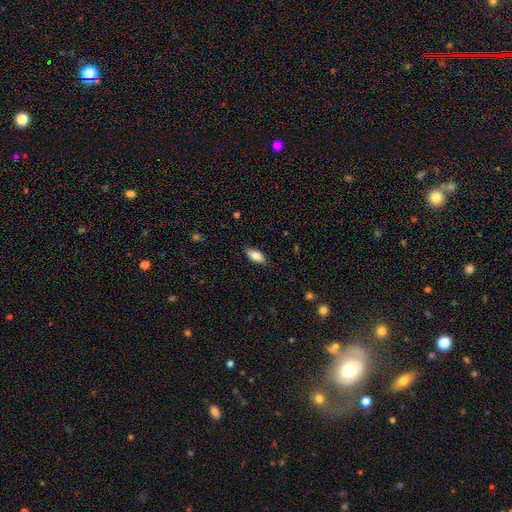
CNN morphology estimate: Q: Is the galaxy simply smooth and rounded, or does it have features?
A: smooth — 80%.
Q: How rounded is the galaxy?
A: in between — 86%.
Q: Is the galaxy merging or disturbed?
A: none — 84%.